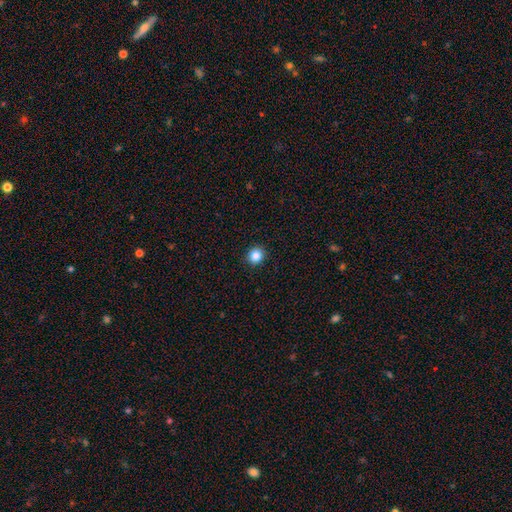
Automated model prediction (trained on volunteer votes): A smooth galaxy with no disk features (85%) that is round (88%). Merging: none (93%).